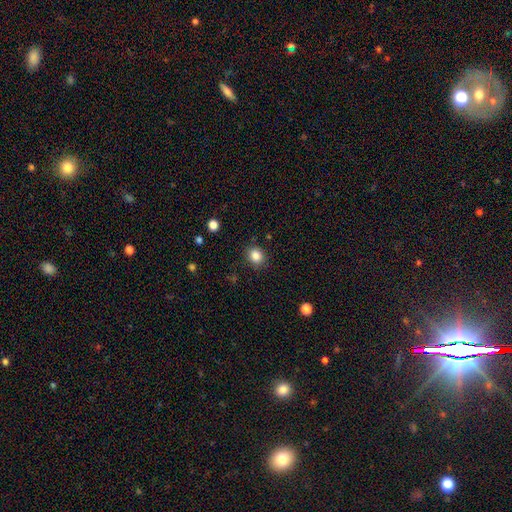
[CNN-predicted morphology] Q: Smooth or featured?
A: smooth (85%); runner-up: star or artifact (10%)
Q: How rounded?
A: round (72%); runner-up: in between (27%)
Q: Merging?
A: none (85%); runner-up: minor disturbance (10%)